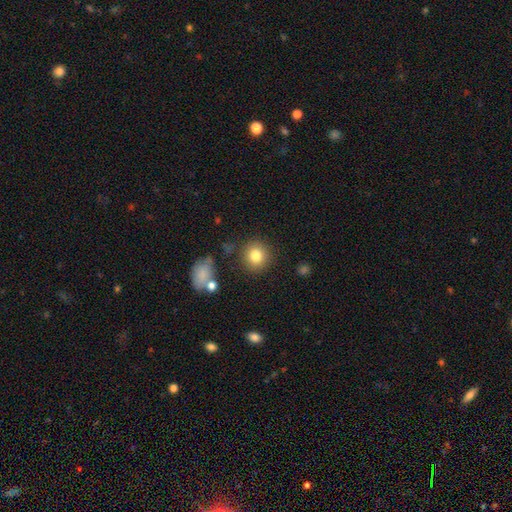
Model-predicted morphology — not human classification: Smooth or featured?
  - smooth: 82% *
  - star or artifact: 10%
  - featured or disk: 7%
How rounded?
  - round: 88% *
  - in between: 11%
  - cigar-shaped: 1%
Merging?
  - none: 84% *
  - minor disturbance: 9%
  - merger: 4%
  - major disturbance: 3%